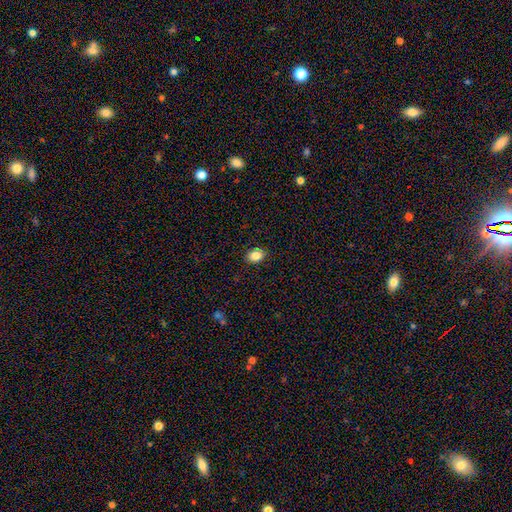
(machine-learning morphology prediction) Smooth or featured?
  - smooth: 85% *
  - star or artifact: 9%
  - featured or disk: 6%
How rounded?
  - in between: 69% *
  - round: 30%
  - cigar-shaped: 1%
Merging?
  - none: 89% *
  - minor disturbance: 8%
  - major disturbance: 2%
  - merger: 1%